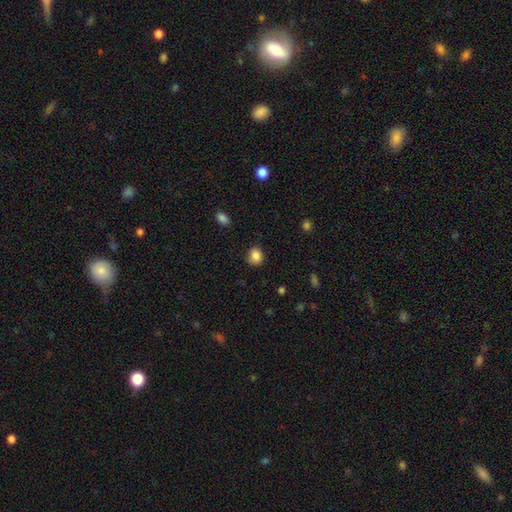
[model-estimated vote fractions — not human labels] Q: Smooth or featured?
A: smooth (87%); runner-up: star or artifact (9%)
Q: How rounded?
A: round (69%); runner-up: in between (30%)
Q: Merging?
A: none (80%); runner-up: minor disturbance (15%)